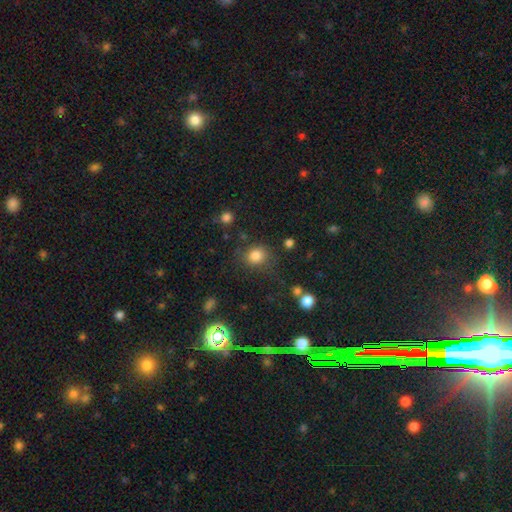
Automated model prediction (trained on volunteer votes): The model was most divided on "how rounded": round: 74%, in between: 25%, cigar-shaped: 1%. More confident: smooth or featured — smooth (81%); merging — none (77%).